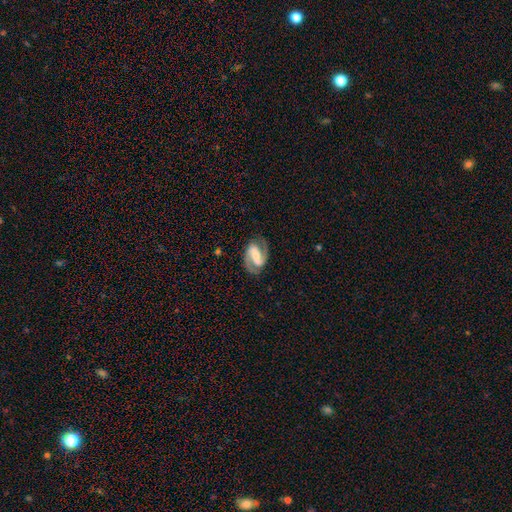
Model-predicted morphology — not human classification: Smooth or featured? featured or disk (89%)
Edge-on disk? no (97%)
Bar? strong (54%)
Spiral arms? yes (97%)
Spiral winding? medium (55%)
Spiral arm count? 2 (93%)
Bulge size? moderate (44%)
Merging? none (83%)